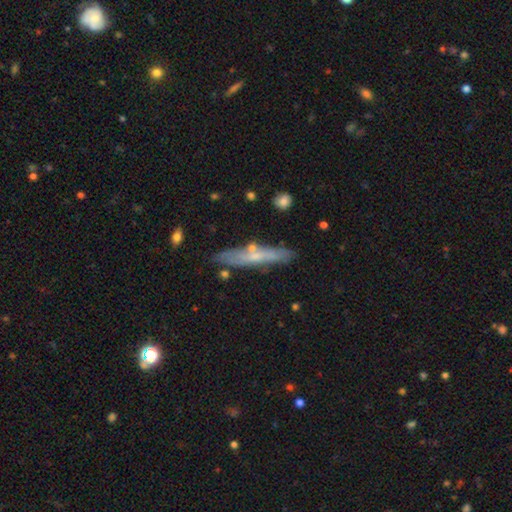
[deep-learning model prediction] Smooth or featured: featured or disk — 47% (smooth — 46%)
Merging: none — 78% (minor disturbance — 14%)